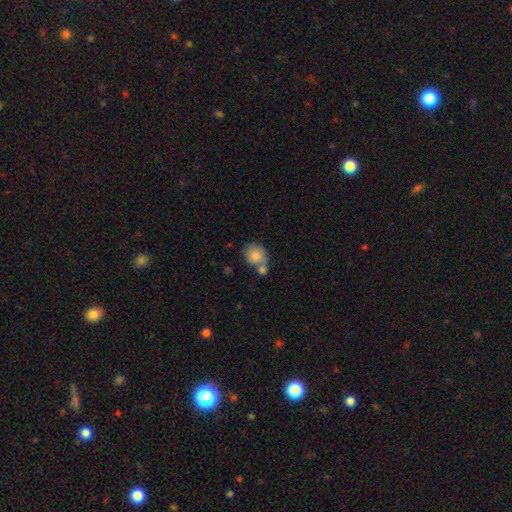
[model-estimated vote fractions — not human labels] smooth 83%, featured or disk 10%, star or artifact 7%. Down the decision tree: how rounded — round (71%); merging — merger (42%).